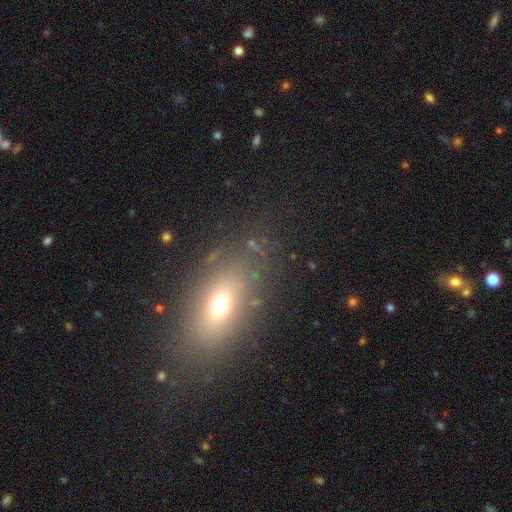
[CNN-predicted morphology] The model was most divided on "smooth or featured": smooth: 59%, featured or disk: 22%, star or artifact: 19%. More confident: merging — none (82%); how rounded — in between (76%).